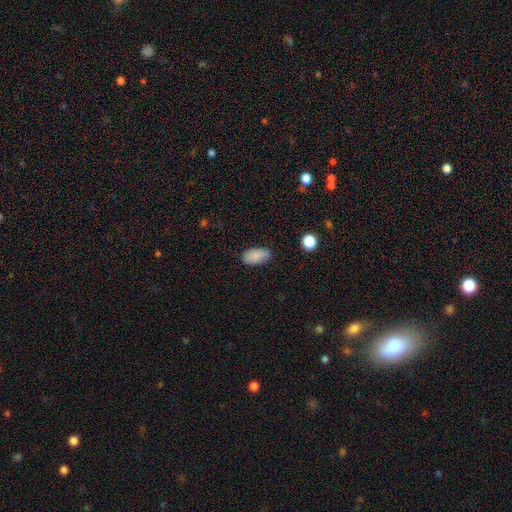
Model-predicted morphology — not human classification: smooth_or_featured: smooth (p=0.86) [alt: star or artifact p=0.08]
how_rounded: in between (p=0.92) [alt: round p=0.04]
merging: none (p=0.75) [alt: minor disturbance p=0.20]